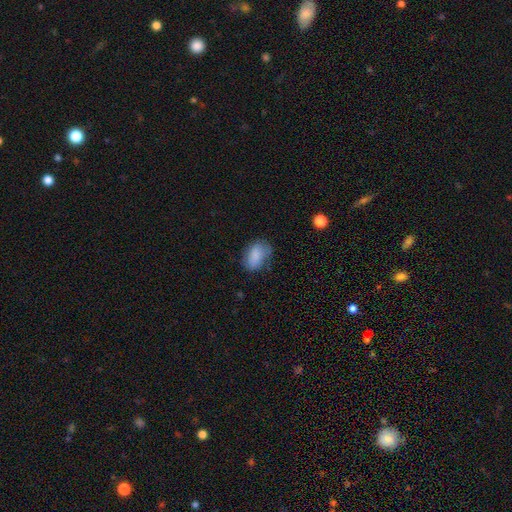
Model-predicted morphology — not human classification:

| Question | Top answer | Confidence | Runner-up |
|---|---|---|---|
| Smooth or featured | smooth | 80% | featured or disk (12%) |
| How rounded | in between | 88% | round (11%) |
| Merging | none | 55% | minor disturbance (30%) |